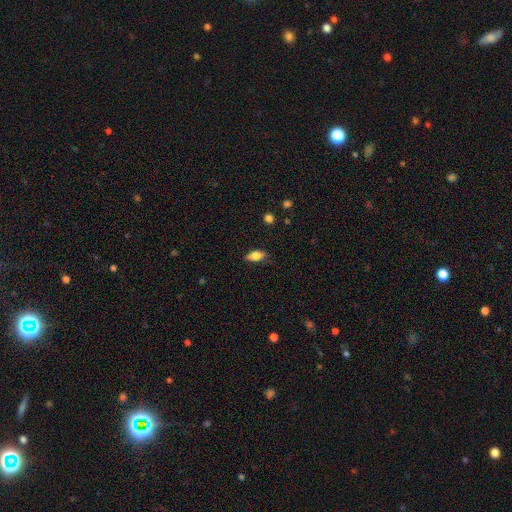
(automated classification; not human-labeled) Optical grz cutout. It shows a smooth galaxy with no disk features (75%) that is in between round and cigar-shaped (83%). Merging: none (71%).